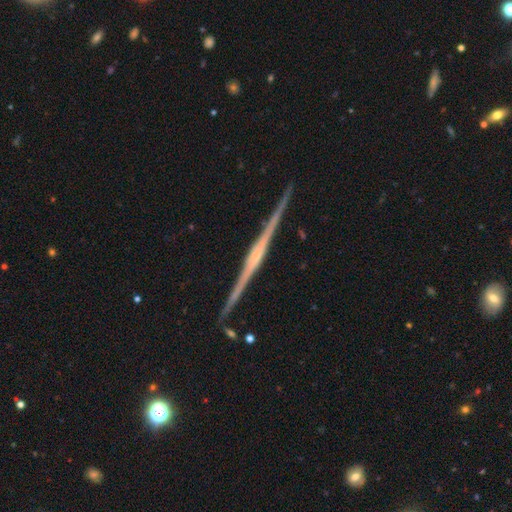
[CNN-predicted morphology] A featured or disk galaxy (87%) viewed edge-on (99%) with a rounded central bulge (54%).

Vote fractions:
- Smooth or featured? featured or disk: 87% / smooth: 8% / star or artifact: 5%
- Edge-on disk? yes: 99% / no: 1%
- Edge-on bulge? rounded: 54% / none: 27% / boxy: 19%
- Merging? none: 91% / minor disturbance: 6% / major disturbance: 1% / merger: 1%